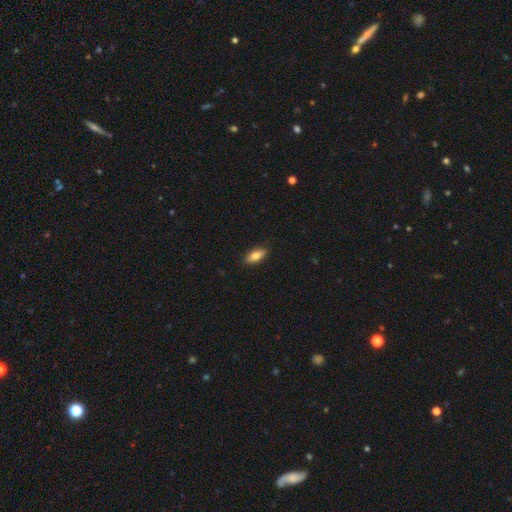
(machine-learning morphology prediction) This appears to be a smooth galaxy with no disk features (75%) that is in between round and cigar-shaped (78%). Merging: none (89%).